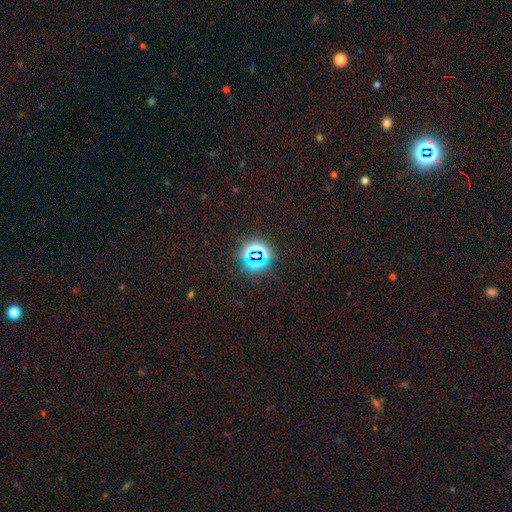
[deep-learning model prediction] This is likely a star or artifact rather than a galaxy (74%).